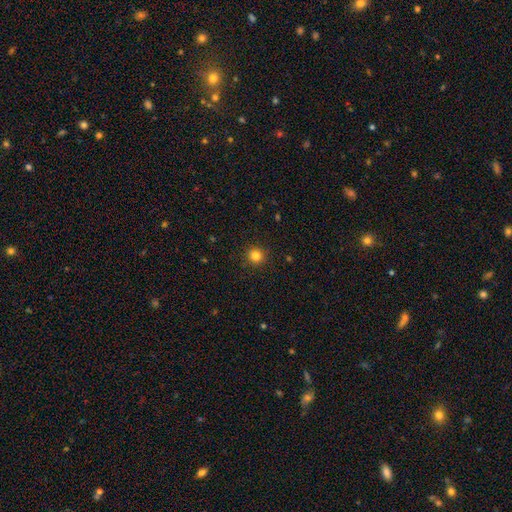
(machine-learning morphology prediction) type=smooth (82%); roundness=round (94%); merging=none (92%).